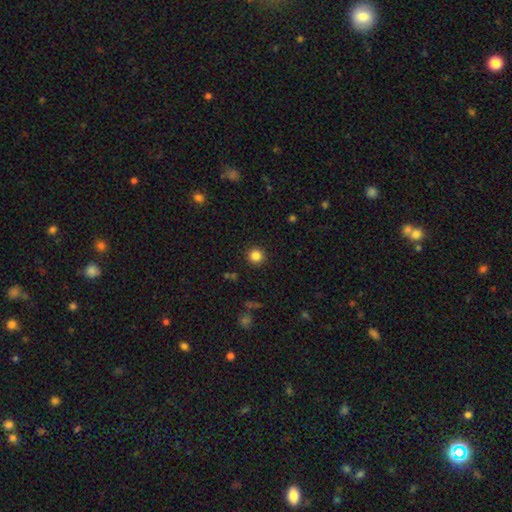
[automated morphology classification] smooth-or-featured: smooth: 84% | star or artifact: 12% | featured or disk: 4%
  how-rounded: round: 95% | in between: 5% | cigar-shaped: 1%
  merging: none: 91% | minor disturbance: 5% | major disturbance: 2% | merger: 1%